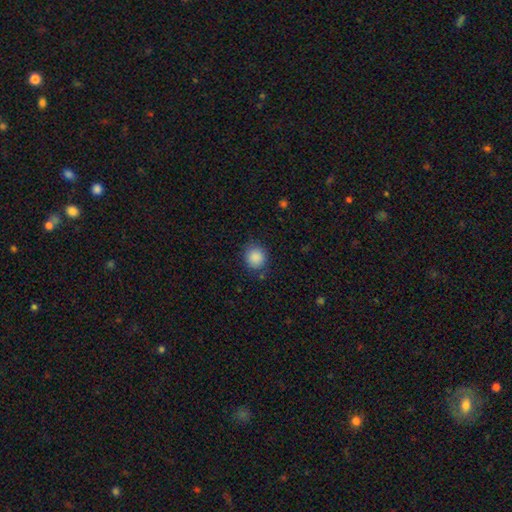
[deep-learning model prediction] Overall: smooth (88%). How rounded: round (87%). Merging: none (84%).